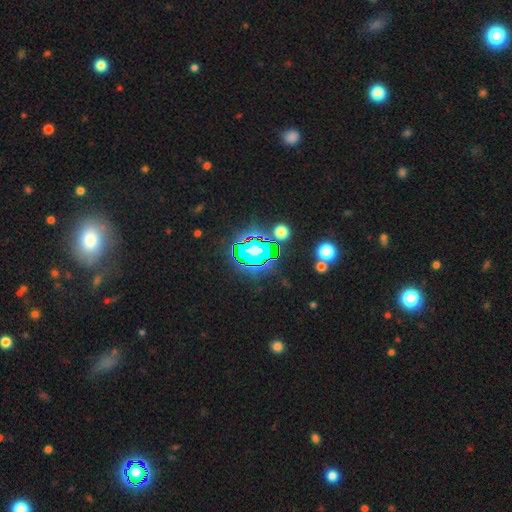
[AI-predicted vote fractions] Smooth or featured? star or artifact (79%)